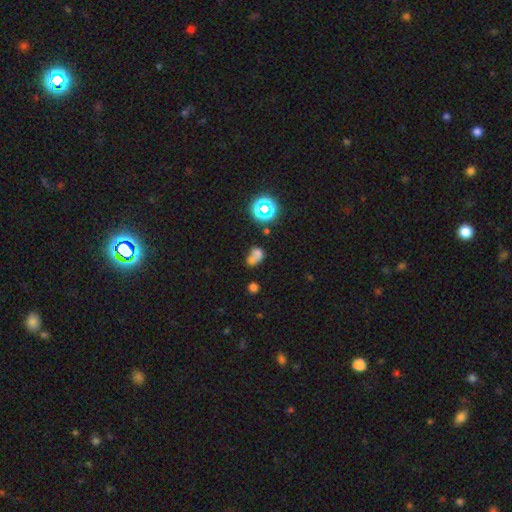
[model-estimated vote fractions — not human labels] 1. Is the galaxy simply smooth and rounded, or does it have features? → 61% smooth, 21% star or artifact, 18% featured or disk.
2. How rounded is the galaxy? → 54% in between, 44% round, 2% cigar-shaped.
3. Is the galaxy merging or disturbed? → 45% merger, 29% none, 14% minor disturbance, 11% major disturbance.